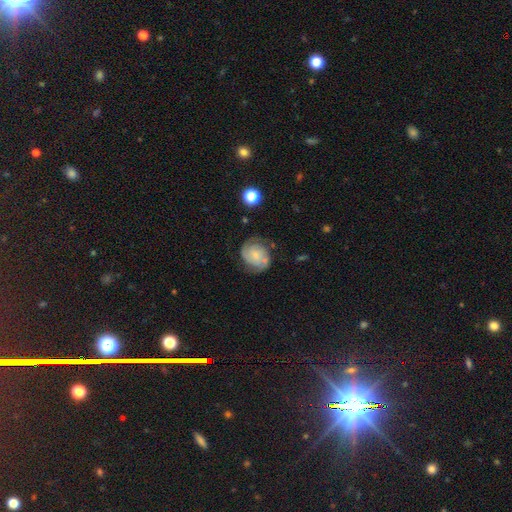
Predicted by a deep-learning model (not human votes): featured or disk 68%, smooth 25%, star or artifact 7%. Down the decision tree: edge-on disk — no (98%); bar — no (72%); spiral arms — yes (91%); spiral arm count — 2 (65%); spiral winding — tight (53%); bulge size — small (66%); merging — none (62%).